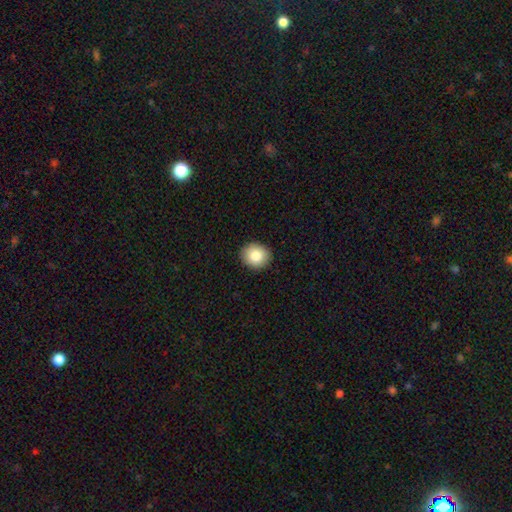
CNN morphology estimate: The model was most divided on "how rounded": round: 75%, in between: 24%, cigar-shaped: 1%. More confident: merging — none (91%); smooth or featured — smooth (83%).